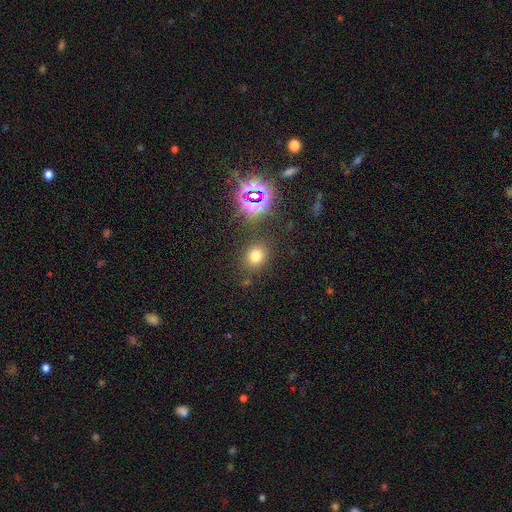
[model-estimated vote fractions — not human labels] Smooth or featured: smooth — 69% (star or artifact — 23%)
How rounded: round — 68% (in between — 31%)
Merging: none — 81% (minor disturbance — 10%)